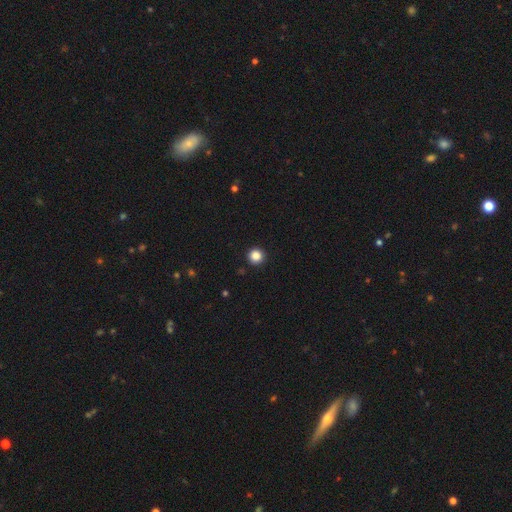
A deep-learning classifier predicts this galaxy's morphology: Overall: smooth (86%). How rounded: round (96%). Merging: none (93%).